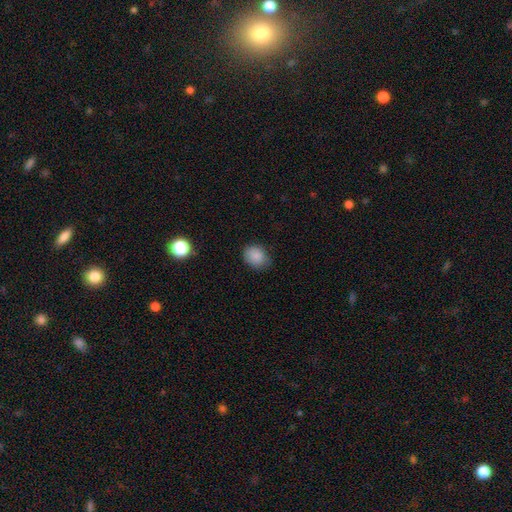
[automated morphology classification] Smooth or featured: smooth — 86% (star or artifact — 9%)
How rounded: round — 56% (in between — 43%)
Merging: none — 76% (minor disturbance — 19%)